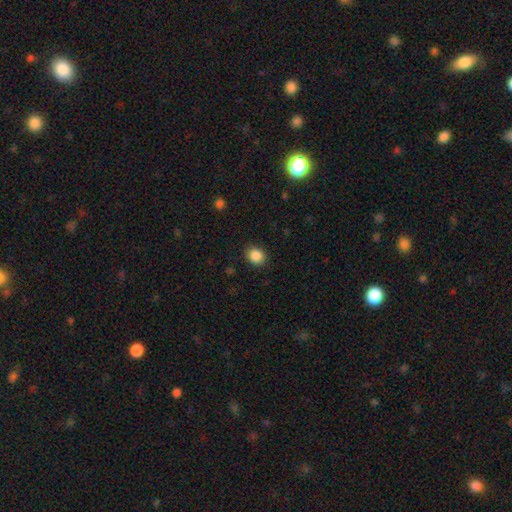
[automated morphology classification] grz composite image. It shows a smooth galaxy with no disk features (87%) that is round (71%). Merging: none (88%).